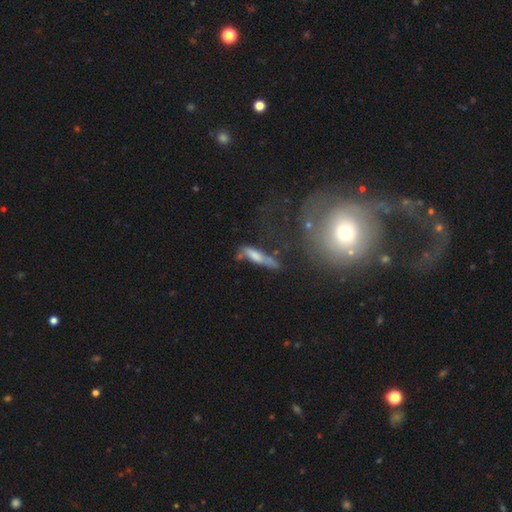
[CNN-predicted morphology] The model was most divided on "merging": none: 38%, minor disturbance: 27%, major disturbance: 19%, merger: 16%. More confident: how rounded — cigar-shaped (74%); smooth or featured — smooth (61%).